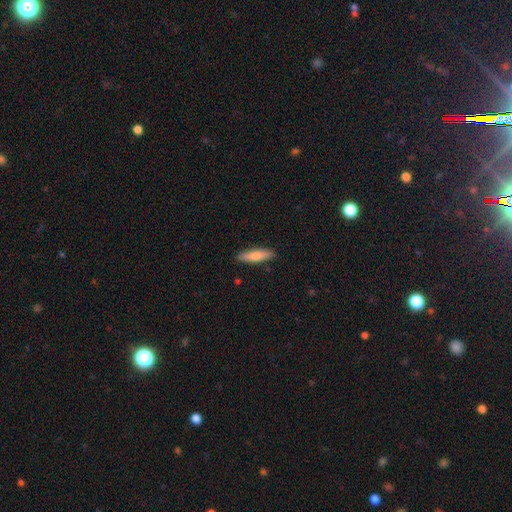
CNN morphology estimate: A smooth galaxy with no disk features (75%) that is cigar-shaped (67%).

Vote fractions:
- Smooth or featured? smooth: 75% / featured or disk: 19% / star or artifact: 6%
- How rounded? cigar-shaped: 67% / in between: 31% / round: 2%
- Merging? none: 89% / minor disturbance: 8% / major disturbance: 2% / merger: 1%